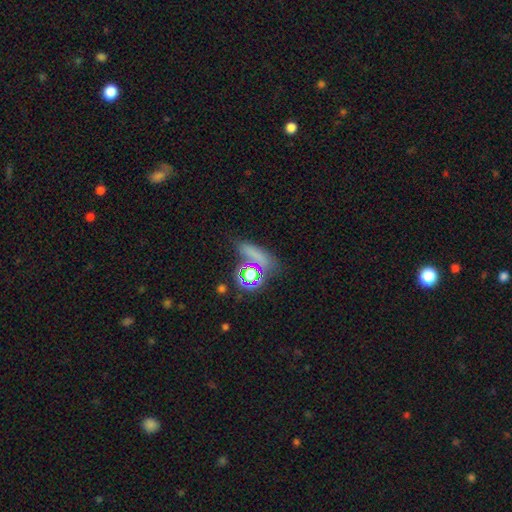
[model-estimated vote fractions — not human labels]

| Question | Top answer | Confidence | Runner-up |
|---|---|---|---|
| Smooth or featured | smooth | 57% | star or artifact (31%) |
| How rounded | in between | 40% | cigar-shaped (36%) |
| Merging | none | 70% | minor disturbance (13%) |